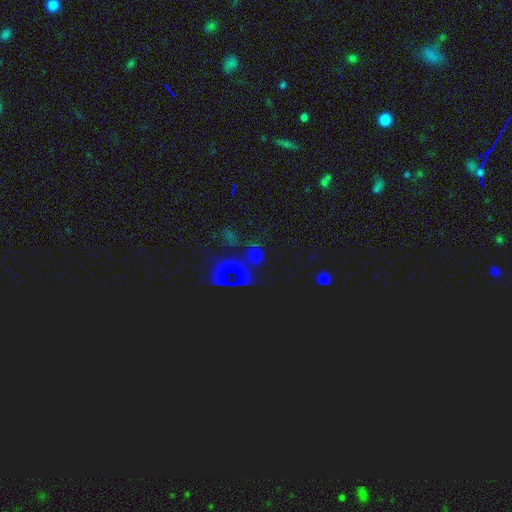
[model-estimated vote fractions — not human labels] smooth_or_featured: star or artifact (p=0.64) [alt: smooth p=0.29]